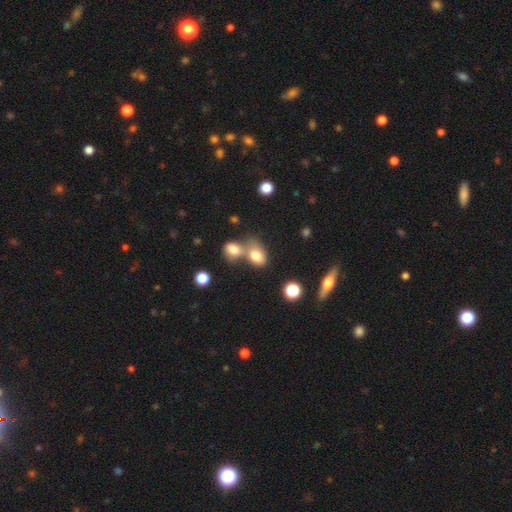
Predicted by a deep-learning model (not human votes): Smooth or featured? Predicted: smooth (p=0.79). How rounded? Predicted: in between (p=0.74). Merging? Predicted: merger (p=0.54).